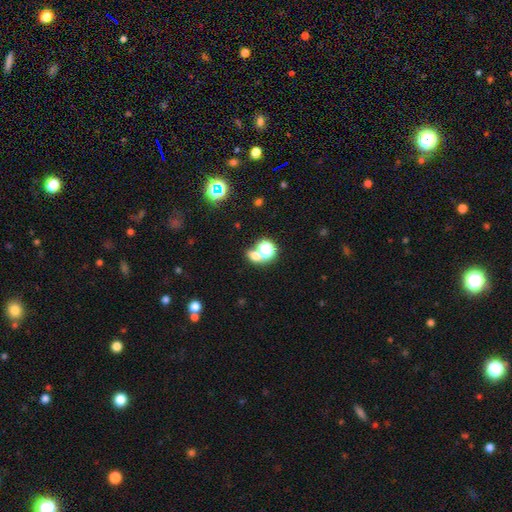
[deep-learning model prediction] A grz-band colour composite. It shows a smooth galaxy with no disk features (59%) that is round (58%). Merging: none (49%).